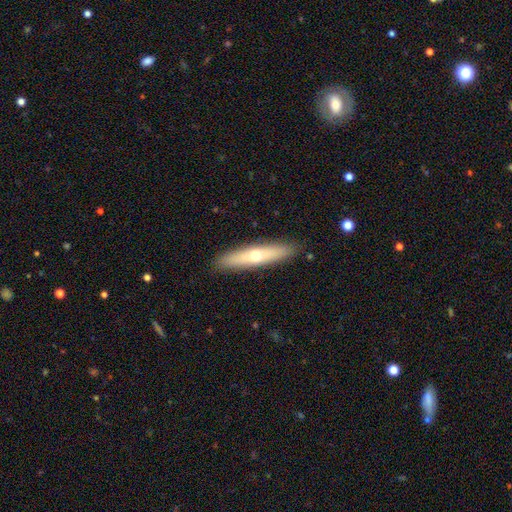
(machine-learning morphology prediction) Q: Smooth or featured?
A: smooth (49%); runner-up: featured or disk (45%)
Q: Merging?
A: none (90%); runner-up: minor disturbance (7%)